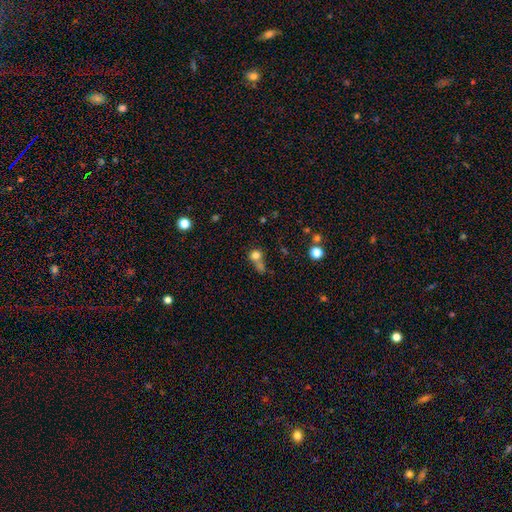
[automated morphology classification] The model was most divided on "merging": merger: 45%, none: 35%, minor disturbance: 11%, major disturbance: 9%. More confident: how rounded — round (79%); smooth or featured — smooth (74%).